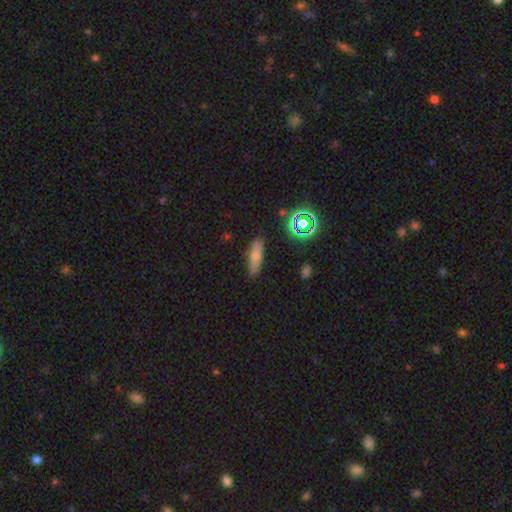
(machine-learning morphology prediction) Smooth or featured: smooth — 71% (featured or disk — 15%)
How rounded: cigar-shaped — 49% (in between — 47%)
Merging: none — 81% (minor disturbance — 14%)